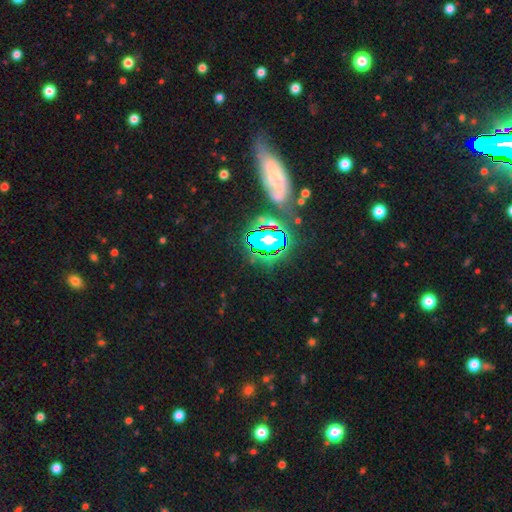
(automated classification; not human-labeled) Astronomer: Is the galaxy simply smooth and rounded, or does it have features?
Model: star or artifact — 70%.